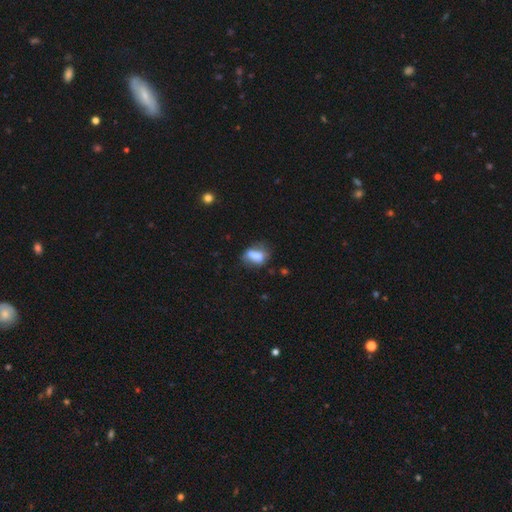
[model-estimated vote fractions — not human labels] A smooth galaxy with no disk features (71%) that is in between round and cigar-shaped (74%). Merging: none (49%).